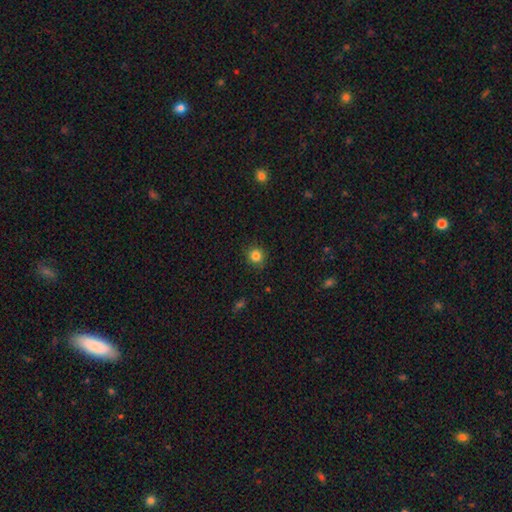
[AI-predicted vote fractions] This is clearly a smooth galaxy (83%). How rounded: clearly round (92%). Merging: clearly none (89%).